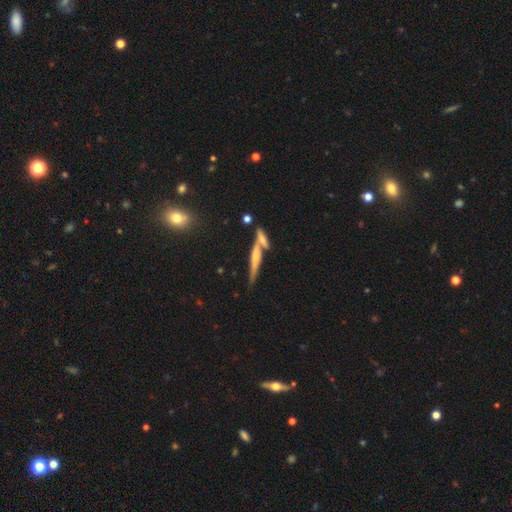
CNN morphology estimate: smooth_or_featured: featured or disk (p=0.62) [alt: smooth p=0.28]
disk_edge_on: yes (p=0.93) [alt: no p=0.07]
edge_on_bulge: rounded (p=0.62) [alt: none p=0.26]
merging: none (p=0.59) [alt: merger p=0.25]